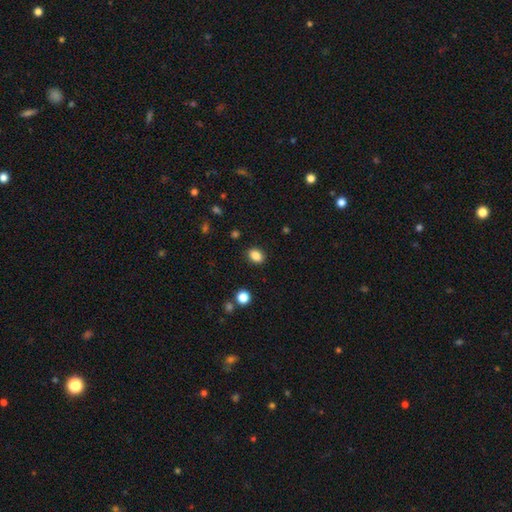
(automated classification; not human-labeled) Overall: smooth (86%). How rounded: in between (64%; round 35%). Merging: none (89%).